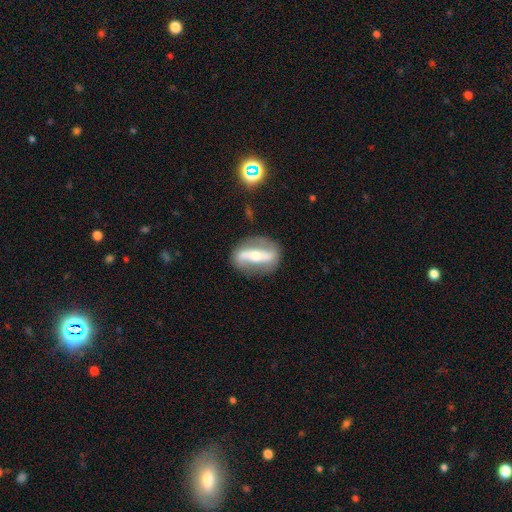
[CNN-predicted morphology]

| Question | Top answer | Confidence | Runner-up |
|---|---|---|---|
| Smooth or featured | featured or disk | 76% | smooth (19%) |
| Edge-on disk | no | 79% | yes (21%) |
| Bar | strong | 74% | no (13%) |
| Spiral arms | yes | 60% | no (40%) |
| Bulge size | moderate | 50% | small (41%) |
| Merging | none | 80% | minor disturbance (13%) |